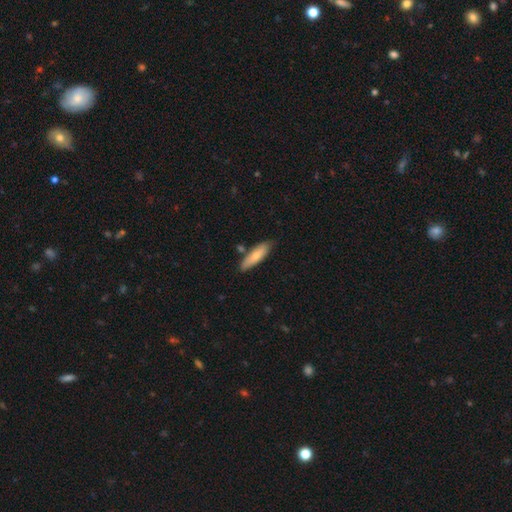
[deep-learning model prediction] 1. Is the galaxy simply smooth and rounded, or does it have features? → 72% smooth, 22% featured or disk, 6% star or artifact.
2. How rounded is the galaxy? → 58% cigar-shaped, 40% in between, 2% round.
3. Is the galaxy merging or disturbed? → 77% none, 15% minor disturbance, 6% merger, 2% major disturbance.